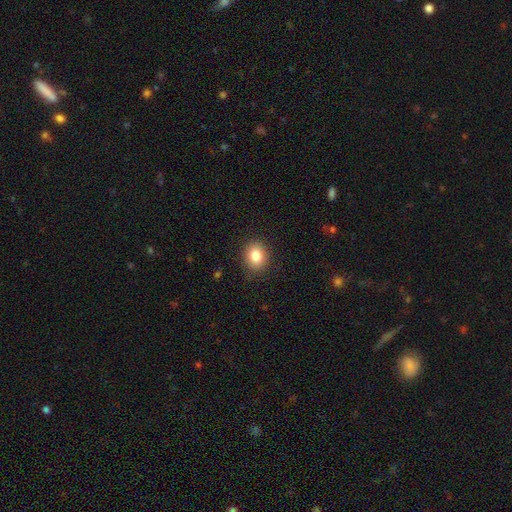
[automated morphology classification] A smooth galaxy with no disk features (84%) that is in between round and cigar-shaped (52%).

Vote fractions:
- Smooth or featured? smooth: 84% / star or artifact: 9% / featured or disk: 7%
- How rounded? in between: 52% / round: 47% / cigar-shaped: 1%
- Merging? none: 87% / minor disturbance: 10% / major disturbance: 3% / merger: 1%